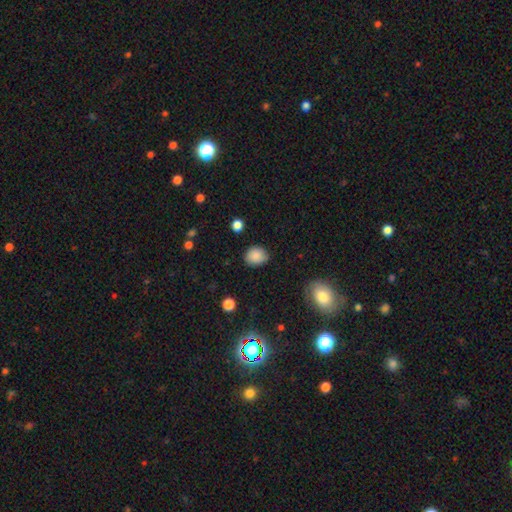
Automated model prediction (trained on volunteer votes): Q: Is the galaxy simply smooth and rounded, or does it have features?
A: smooth — 87%.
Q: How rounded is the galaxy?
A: round — 62%.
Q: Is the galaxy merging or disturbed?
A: none — 82%.